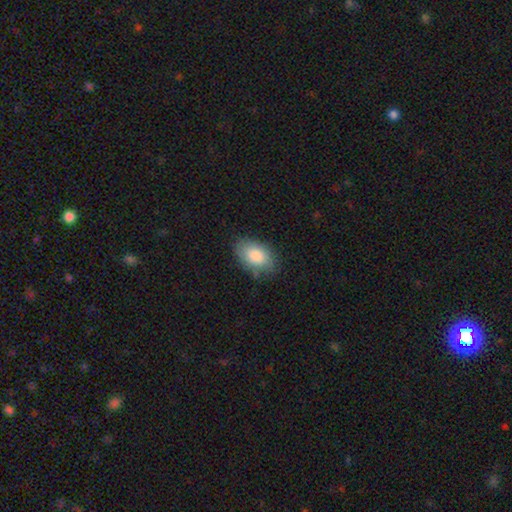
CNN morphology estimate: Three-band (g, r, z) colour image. It shows a smooth galaxy with no disk features (85%) that is in between round and cigar-shaped (91%). Merging: none (78%).